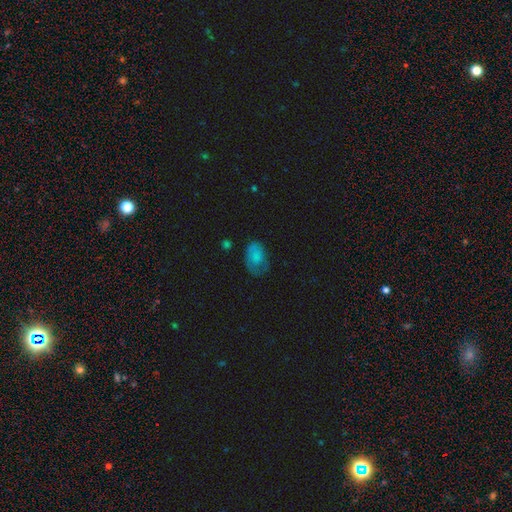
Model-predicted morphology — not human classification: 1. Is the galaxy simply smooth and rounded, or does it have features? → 64% smooth, 26% featured or disk, 10% star or artifact.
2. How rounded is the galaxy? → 81% in between, 18% round, 1% cigar-shaped.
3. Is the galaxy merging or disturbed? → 54% none, 28% minor disturbance, 16% major disturbance, 2% merger.